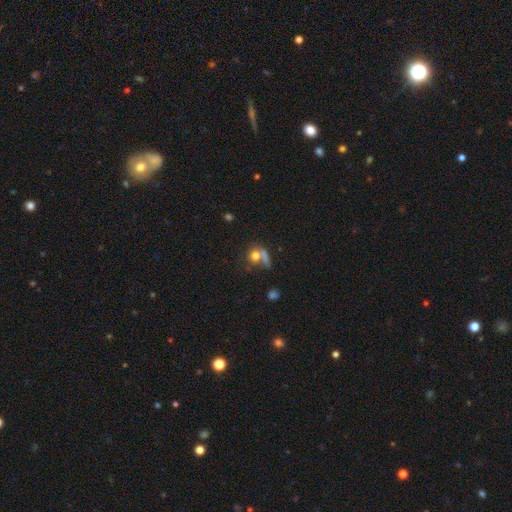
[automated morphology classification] The model was most divided on "merging": none: 41%, merger: 35%, minor disturbance: 12%, major disturbance: 12%. More confident: how rounded — round (74%); smooth or featured — smooth (73%).